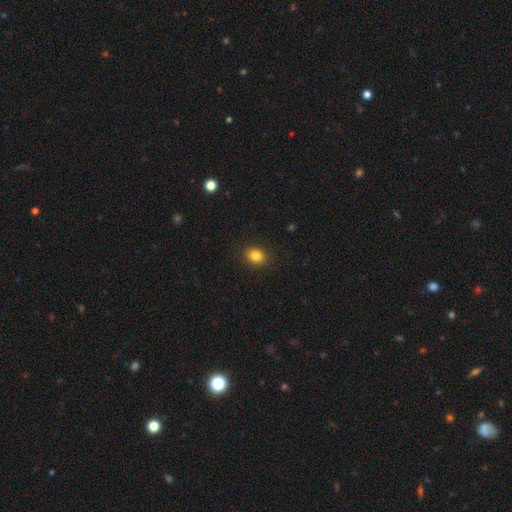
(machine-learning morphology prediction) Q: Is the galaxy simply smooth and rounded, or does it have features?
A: smooth — 84%.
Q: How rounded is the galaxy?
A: round — 56%.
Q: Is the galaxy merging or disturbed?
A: none — 90%.